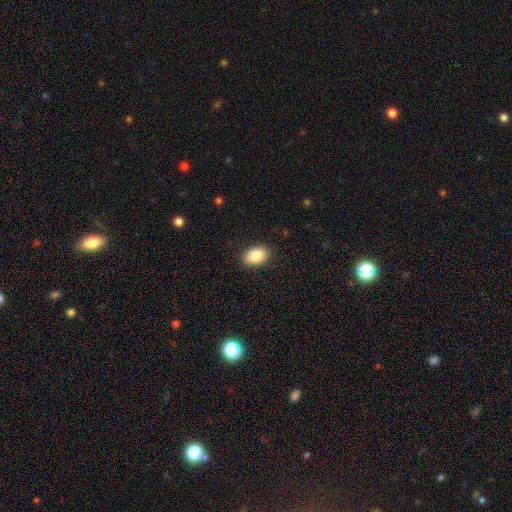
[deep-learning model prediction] The model was most divided on "how rounded": in between: 85%, round: 14%, cigar-shaped: 1%. More confident: merging — none (89%); smooth or featured — smooth (86%).